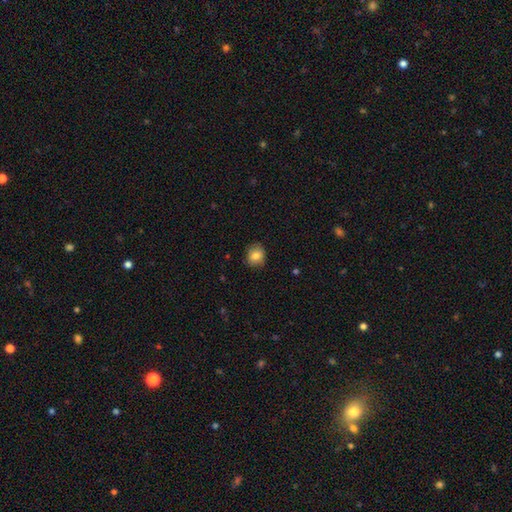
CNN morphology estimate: This appears to be a smooth galaxy with no disk features (82%) that is round (72%). Merging: none (82%).